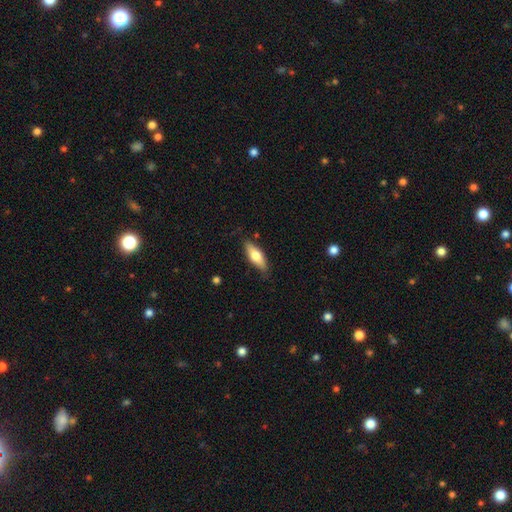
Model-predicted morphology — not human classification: Overall: smooth (66%; featured or disk 29%). How rounded: in between (62%; cigar-shaped 35%). Merging: none (80%).